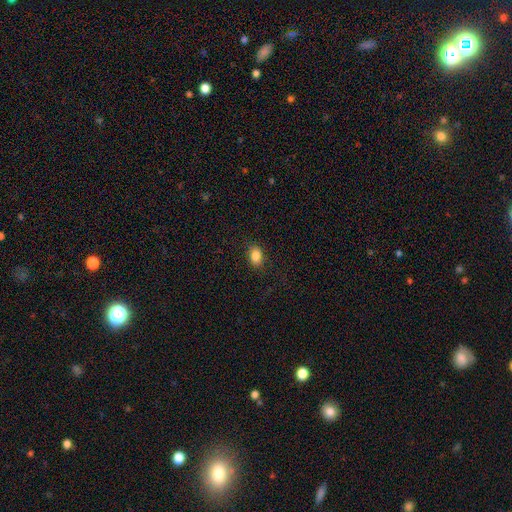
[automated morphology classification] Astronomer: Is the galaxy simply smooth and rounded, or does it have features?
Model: smooth — 86%.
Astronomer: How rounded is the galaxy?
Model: in between — 74%.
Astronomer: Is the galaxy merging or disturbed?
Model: none — 86%.